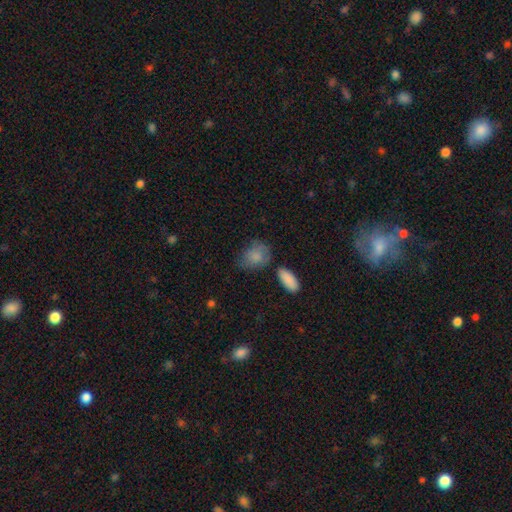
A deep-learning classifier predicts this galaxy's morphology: Smooth or featured?
  - smooth: 82% *
  - featured or disk: 10%
  - star or artifact: 7%
How rounded?
  - in between: 63% *
  - round: 35%
  - cigar-shaped: 2%
Merging?
  - none: 56% *
  - minor disturbance: 25%
  - major disturbance: 10%
  - merger: 8%